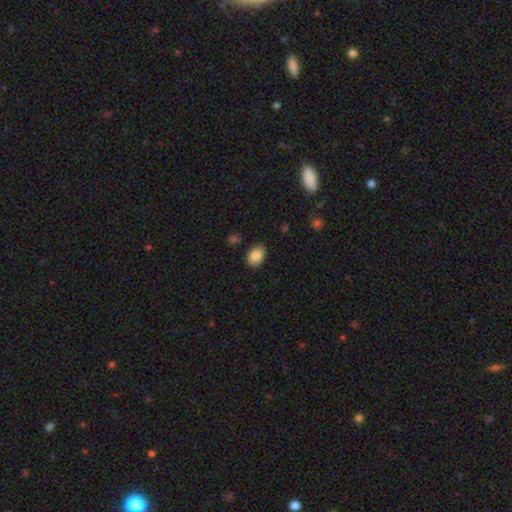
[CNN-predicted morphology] A smooth galaxy with no disk features (88%) that is in between round and cigar-shaped (73%).

Vote fractions:
- Smooth or featured? smooth: 88% / star or artifact: 8% / featured or disk: 5%
- How rounded? in between: 73% / round: 26% / cigar-shaped: 1%
- Merging? none: 84% / minor disturbance: 12% / major disturbance: 2% / merger: 2%